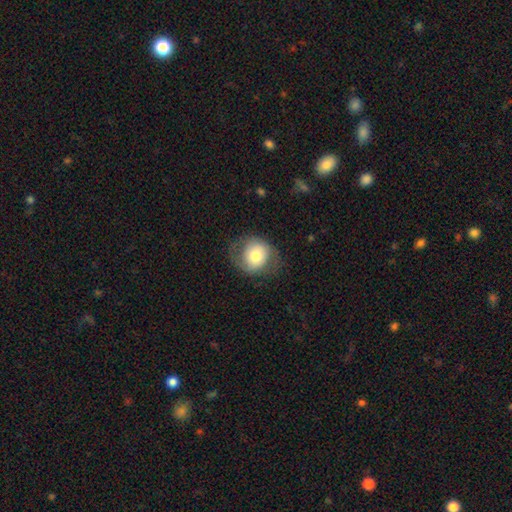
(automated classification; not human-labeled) Q: Smooth or featured?
A: smooth (64%); runner-up: featured or disk (28%)
Q: How rounded?
A: round (77%); runner-up: in between (22%)
Q: Merging?
A: none (64%); runner-up: minor disturbance (22%)